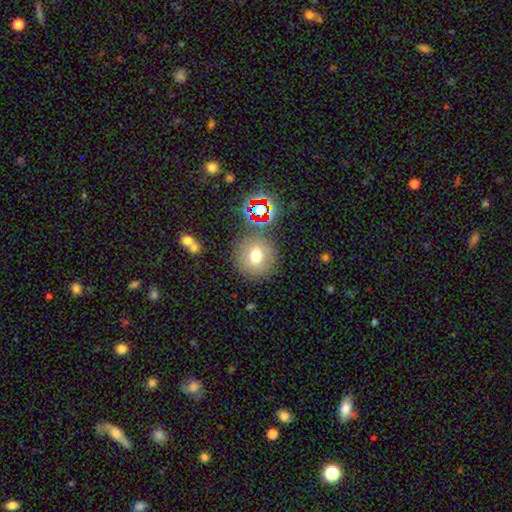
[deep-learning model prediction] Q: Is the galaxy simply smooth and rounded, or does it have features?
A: smooth — 68%.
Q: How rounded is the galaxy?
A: round — 88%.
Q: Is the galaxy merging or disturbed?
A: none — 80%.